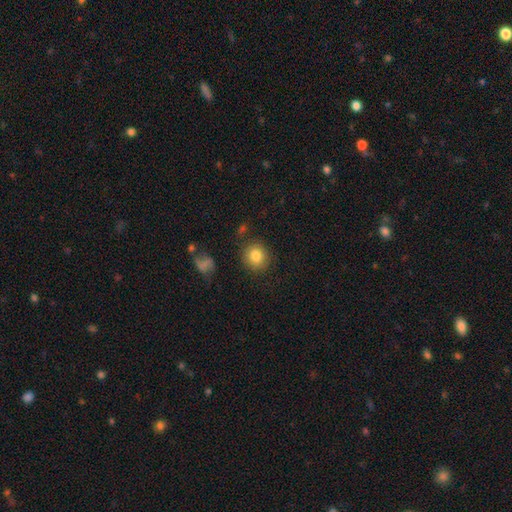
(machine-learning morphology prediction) Smooth or featured?
  - smooth: 84% *
  - star or artifact: 9%
  - featured or disk: 7%
How rounded?
  - round: 85% *
  - in between: 14%
  - cigar-shaped: 1%
Merging?
  - none: 84% *
  - minor disturbance: 10%
  - major disturbance: 3%
  - merger: 3%